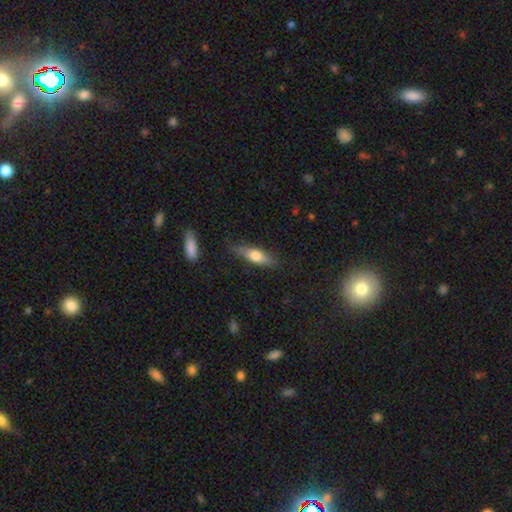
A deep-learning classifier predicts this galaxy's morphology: Smooth or featured: smooth — 64% (featured or disk — 30%)
How rounded: cigar-shaped — 54% (in between — 43%)
Merging: none — 78% (minor disturbance — 16%)